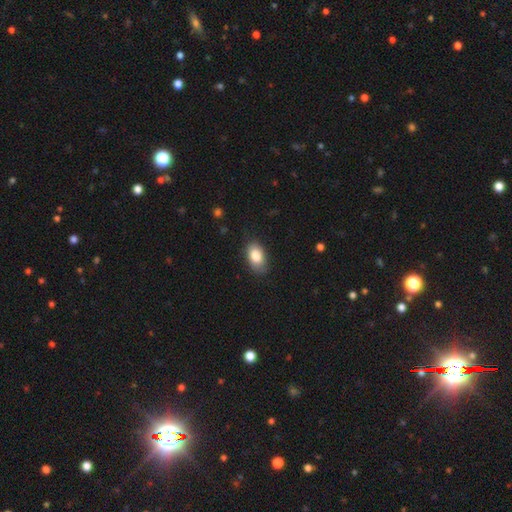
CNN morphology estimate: smooth_or_featured: smooth (p=0.84) [alt: featured or disk p=0.09]
how_rounded: in between (p=0.91) [alt: round p=0.08]
merging: none (p=0.81) [alt: minor disturbance p=0.15]